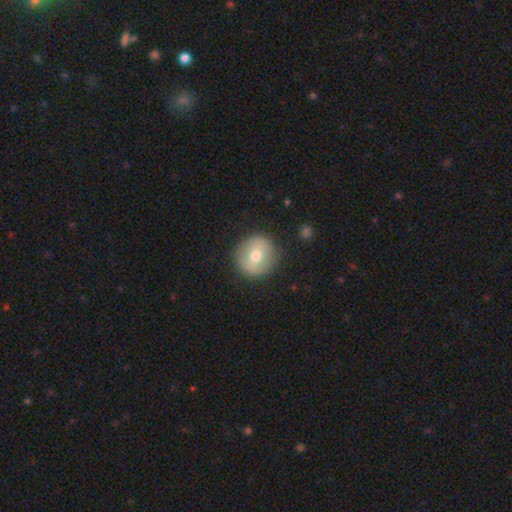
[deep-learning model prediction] Morphology: type=smooth (65%); roundness=round (93%); merging=none (89%).